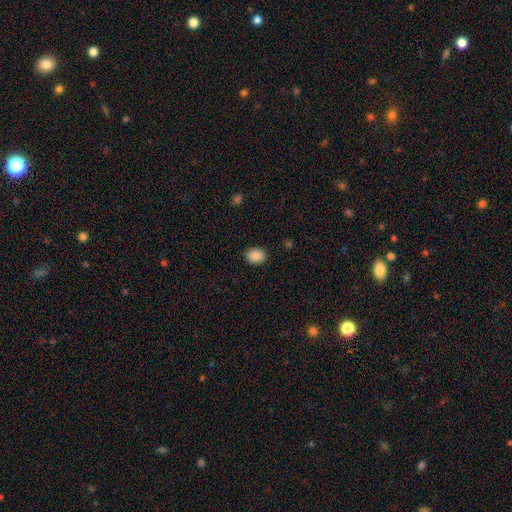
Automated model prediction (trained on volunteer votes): Smooth or featured? smooth (89%)
How rounded? in between (54%)
Merging? none (89%)